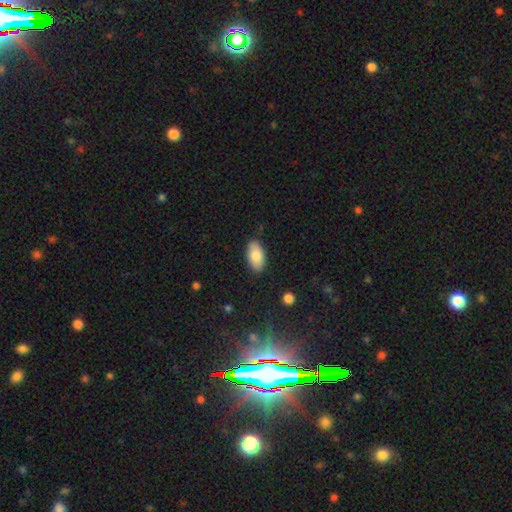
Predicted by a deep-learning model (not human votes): Morphology: type=smooth (83%); roundness=in between (94%); merging=none (84%).